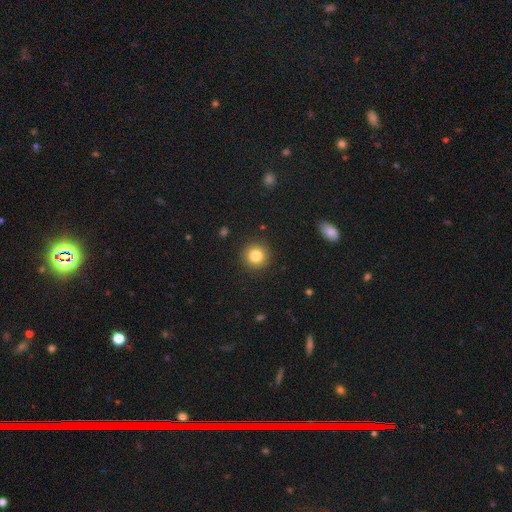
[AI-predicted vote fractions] Smooth or featured? Predicted: smooth (p=0.82). How rounded? Predicted: round (p=0.94). Merging? Predicted: none (p=0.91).